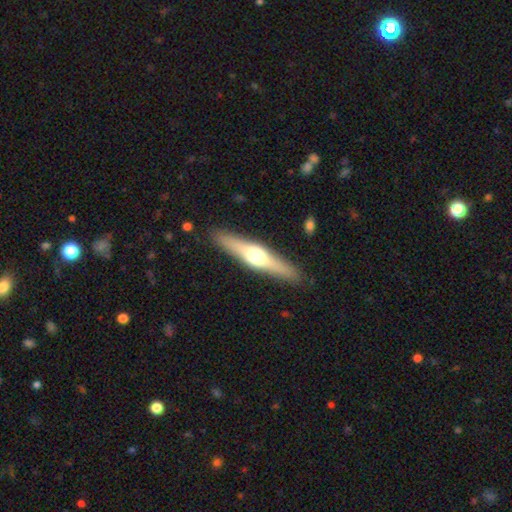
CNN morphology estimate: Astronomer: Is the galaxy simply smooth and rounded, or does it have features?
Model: featured or disk — 57% (runner-up: smooth, 38%).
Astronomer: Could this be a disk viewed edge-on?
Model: yes — 92%.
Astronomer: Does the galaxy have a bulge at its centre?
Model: rounded — 93%.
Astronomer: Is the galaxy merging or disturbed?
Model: none — 89%.